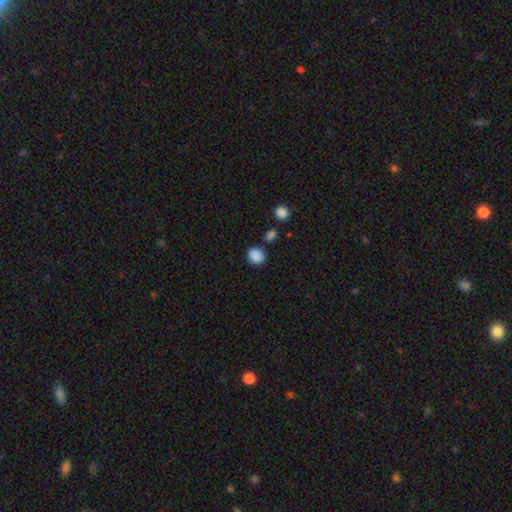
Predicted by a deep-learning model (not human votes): A smooth galaxy with no disk features (87%) that is round (76%). Merging: none (78%).